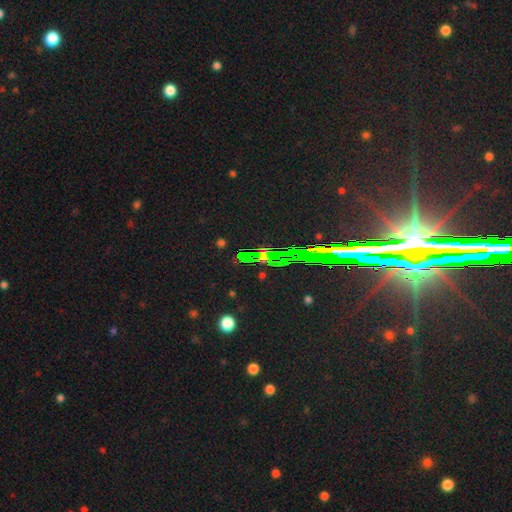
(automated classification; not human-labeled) The model was most divided on "smooth or featured": star or artifact: 58%, smooth: 26%, featured or disk: 16%.